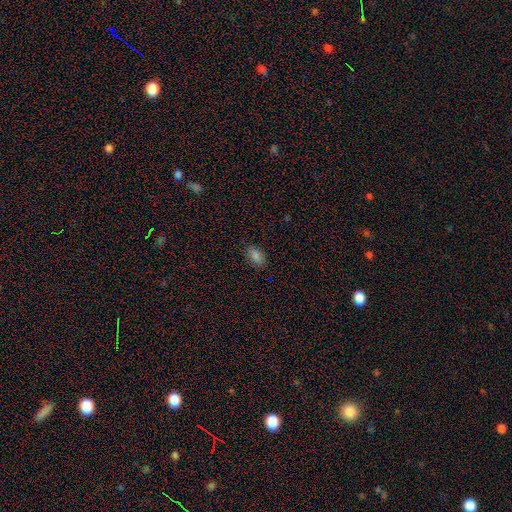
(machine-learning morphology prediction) The model was most divided on "smooth or featured": smooth: 84%, star or artifact: 10%, featured or disk: 6%. More confident: how rounded — in between (91%); merging — none (85%).